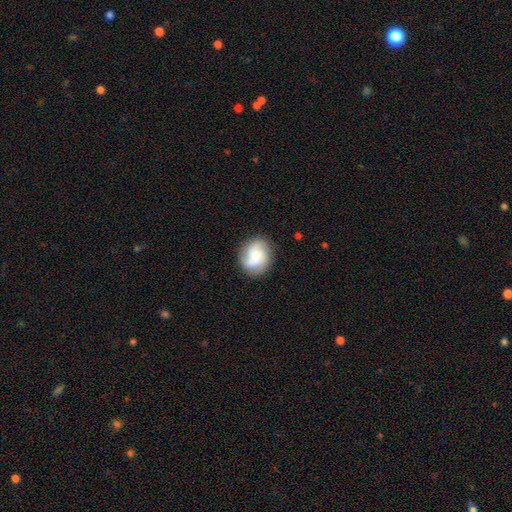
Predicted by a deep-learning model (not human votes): Smooth or featured? smooth (52%)
How rounded? round (64%)
Merging? none (80%)